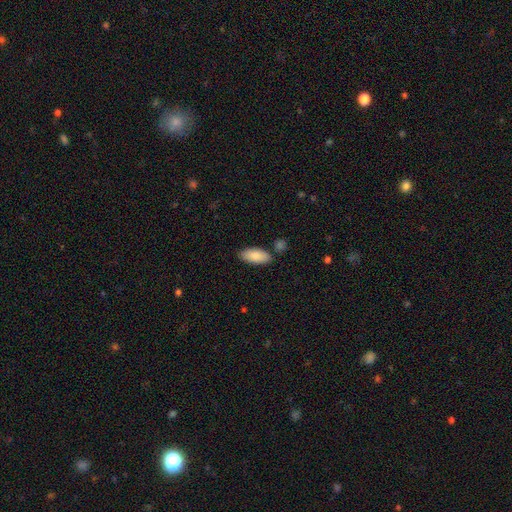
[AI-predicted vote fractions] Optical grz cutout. It shows a smooth galaxy with no disk features (87%) that is in between round and cigar-shaped (87%). Merging: none (81%).